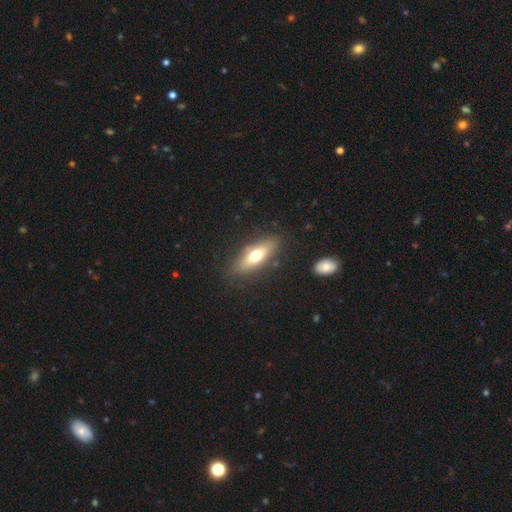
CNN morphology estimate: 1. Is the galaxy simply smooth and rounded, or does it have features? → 57% smooth, 36% featured or disk, 7% star or artifact.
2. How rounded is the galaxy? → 50% in between, 47% cigar-shaped, 3% round.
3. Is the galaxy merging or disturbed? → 83% none, 12% minor disturbance, 3% major disturbance, 2% merger.